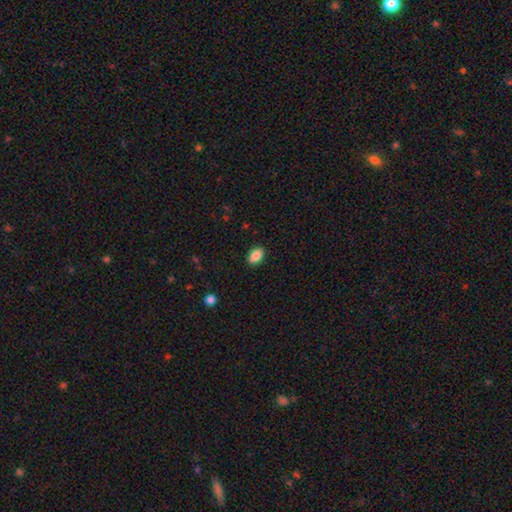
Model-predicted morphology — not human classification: This is clearly a smooth galaxy (88%). How rounded: clearly in between (88%). Merging: clearly none (90%).